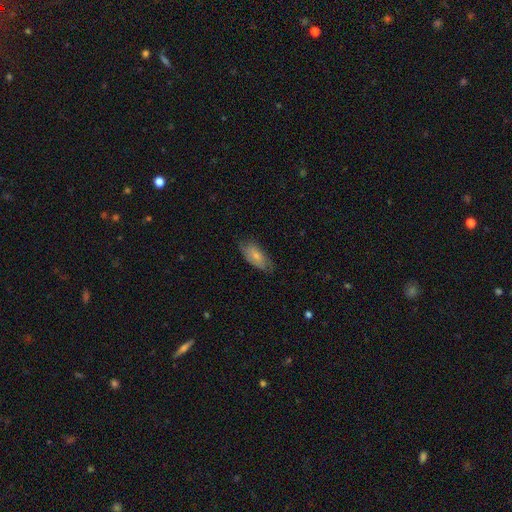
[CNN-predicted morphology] type=smooth (70%); roundness=in between (87%); merging=none (71%).